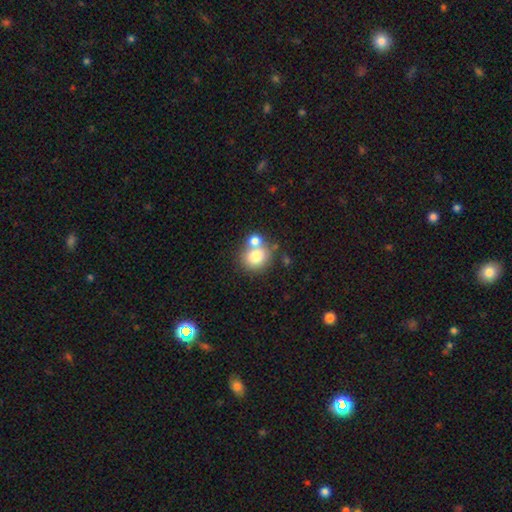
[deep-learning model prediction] This appears to be a smooth galaxy with no disk features (76%) that is round (77%). Merging: none (46%).